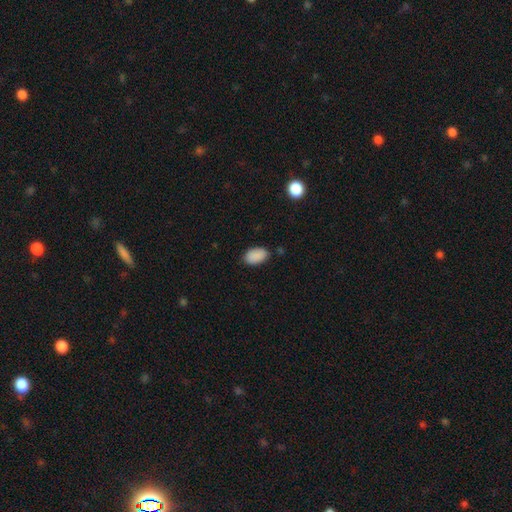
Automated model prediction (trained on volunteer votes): A smooth galaxy with no disk features (89%) that is in between round and cigar-shaped (93%). Merging: none (82%).